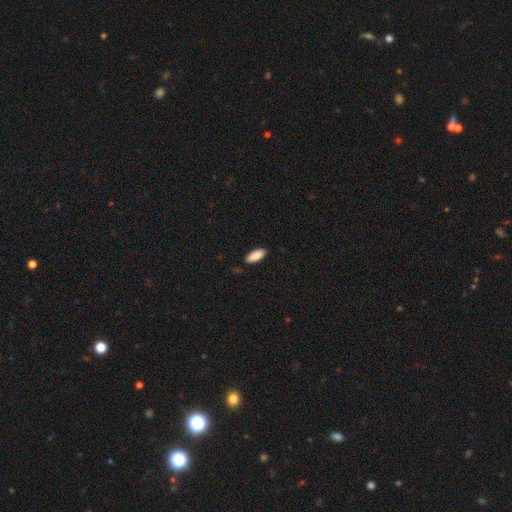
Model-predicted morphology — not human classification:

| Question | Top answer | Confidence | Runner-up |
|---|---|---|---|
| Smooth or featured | smooth | 89% | star or artifact (6%) |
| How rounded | in between | 82% | cigar-shaped (17%) |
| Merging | none | 86% | minor disturbance (11%) |